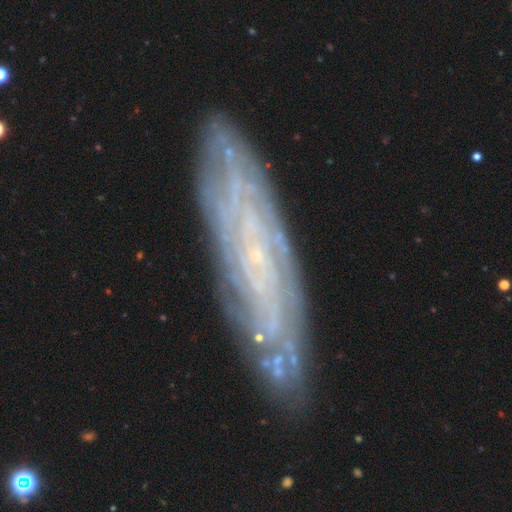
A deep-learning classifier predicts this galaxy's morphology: Overall: featured or disk (78%). Edge-on disk: no (73%). Bar: no (63%; weak 27%). Spiral arms: yes (93%). Spiral arm count: can't tell (51%; 2 12%). Spiral winding: tight (76%). Bulge size: small (85%). Merging: none (84%).